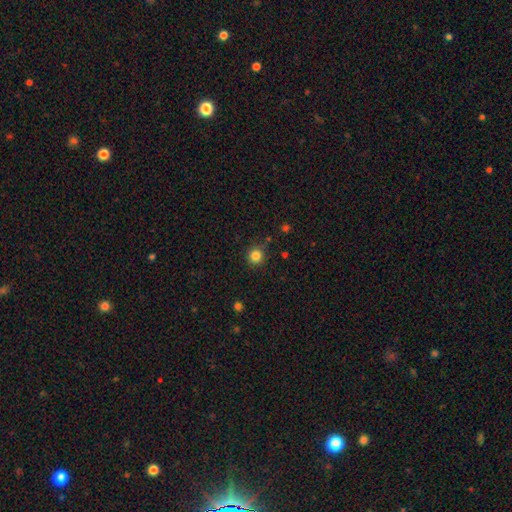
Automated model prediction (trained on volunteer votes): Smooth or featured? smooth (83%)
How rounded? round (94%)
Merging? none (87%)